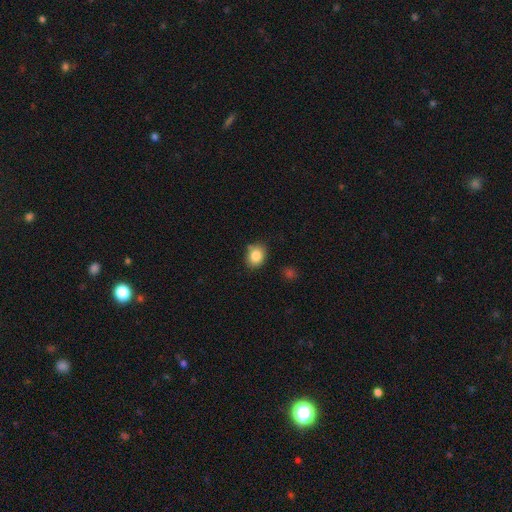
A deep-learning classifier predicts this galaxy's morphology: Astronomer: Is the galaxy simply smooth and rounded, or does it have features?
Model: smooth — 84%.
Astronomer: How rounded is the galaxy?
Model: round — 50% (runner-up: in between, 49%).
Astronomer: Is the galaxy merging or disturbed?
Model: none — 78%.